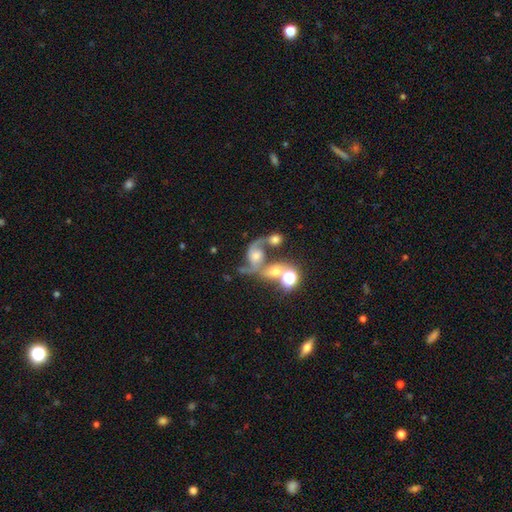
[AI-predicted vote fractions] A featured or disk galaxy (73%) with no bar (61%), 2 (85%) loose (68%) spiral arms (91%) and a moderate central bulge (45%).

Vote fractions:
- Smooth or featured? featured or disk: 73% / smooth: 15% / star or artifact: 12%
- Edge-on disk? no: 97% / yes: 3%
- Bar? no: 61% / weak: 29% / strong: 9%
- Spiral arms? yes: 91% / no: 9%
- Spiral winding? loose: 68% / medium: 27% / tight: 6%
- Spiral arm count? 2: 85% / 1: 8% / can't tell: 3% / 3: 2% / 4: 1% / more than 4: 1%
- Bulge size? moderate: 45% / small: 25% / large: 16% / none: 10% / dominant: 3%
- Merging? merger: 44% / none: 28% / major disturbance: 16% / minor disturbance: 12%